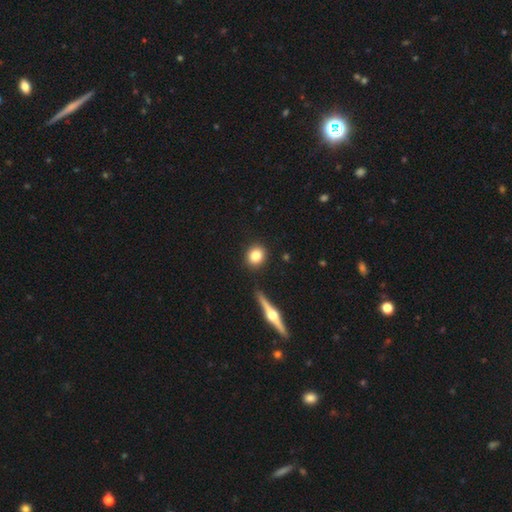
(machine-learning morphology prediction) type=smooth (81%); roundness=round (81%); merging=none (89%).